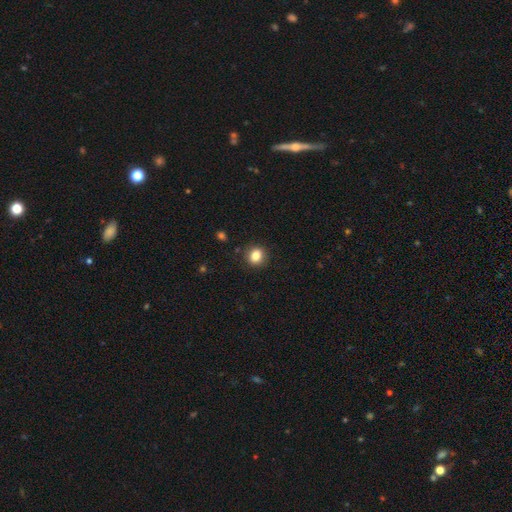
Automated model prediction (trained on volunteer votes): smooth-or-featured: smooth: 84% | star or artifact: 10% | featured or disk: 5%
  how-rounded: round: 78% | in between: 21% | cigar-shaped: 1%
  merging: none: 89% | minor disturbance: 8% | major disturbance: 2% | merger: 1%